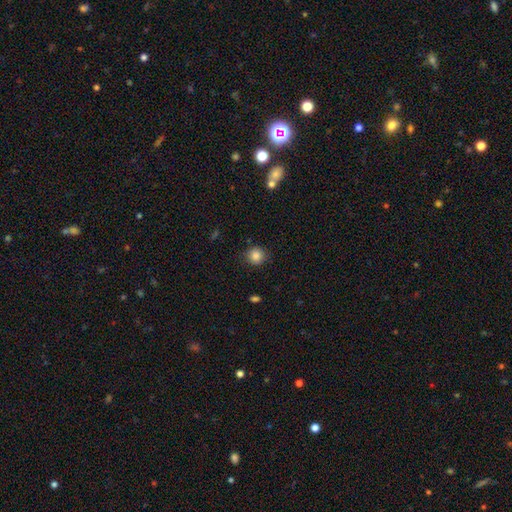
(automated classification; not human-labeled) smooth-or-featured: smooth: 85% | star or artifact: 11% | featured or disk: 5%
  how-rounded: round: 91% | in between: 8% | cigar-shaped: 1%
  merging: none: 87% | minor disturbance: 9% | major disturbance: 3% | merger: 1%